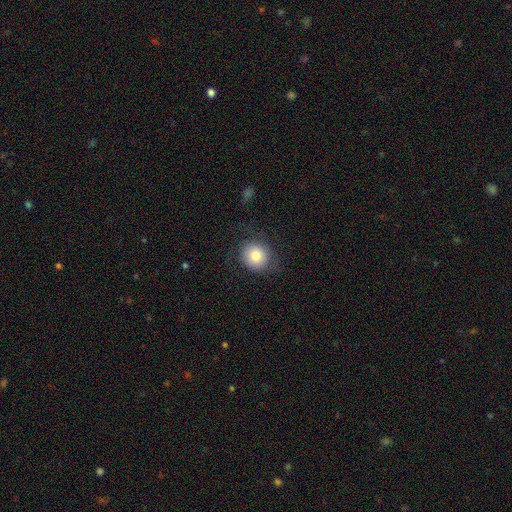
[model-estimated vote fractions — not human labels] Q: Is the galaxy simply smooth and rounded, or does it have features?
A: smooth — 80%.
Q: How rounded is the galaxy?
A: round — 86%.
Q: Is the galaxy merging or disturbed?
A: none — 79%.